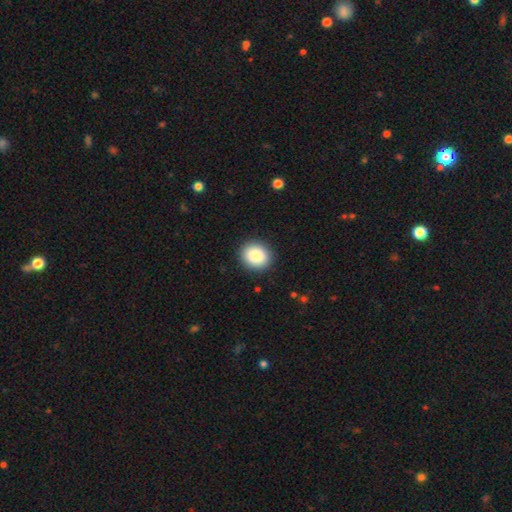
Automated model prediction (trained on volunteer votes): A smooth galaxy with no disk features (88%) that is round (75%). Merging: none (91%).